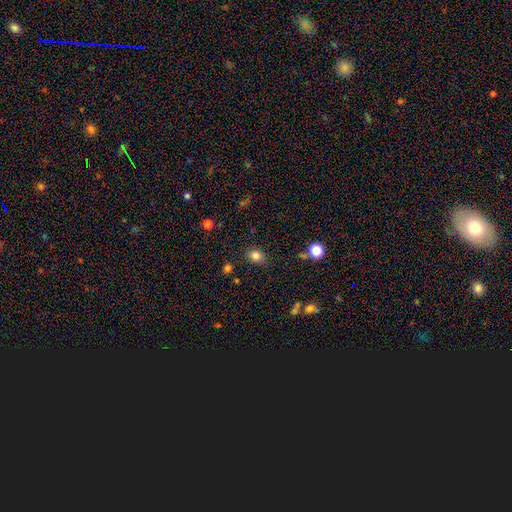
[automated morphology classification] Smooth or featured?
  - smooth: 82% *
  - star or artifact: 12%
  - featured or disk: 6%
How rounded?
  - in between: 58% *
  - round: 41%
  - cigar-shaped: 1%
Merging?
  - none: 81% *
  - minor disturbance: 14%
  - major disturbance: 3%
  - merger: 2%